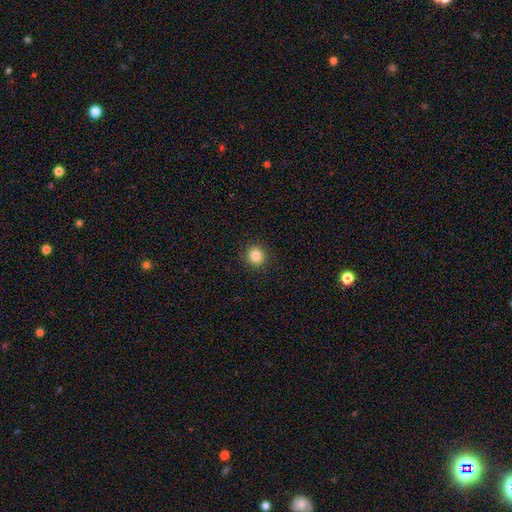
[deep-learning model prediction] Overall: smooth (84%). How rounded: round (93%). Merging: none (92%).